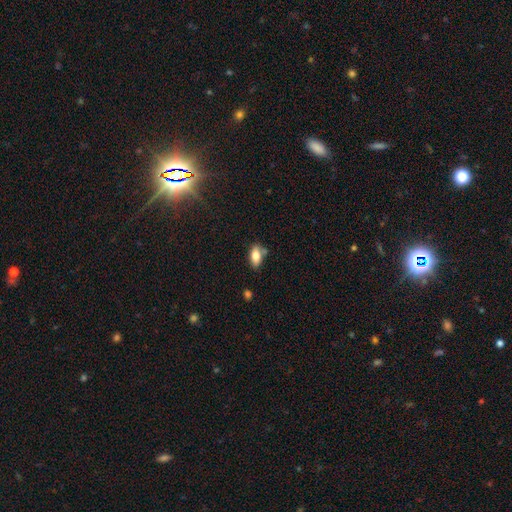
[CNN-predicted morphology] This appears to be a smooth galaxy with no disk features (76%) that is in between round and cigar-shaped (88%). Merging: none (65%).